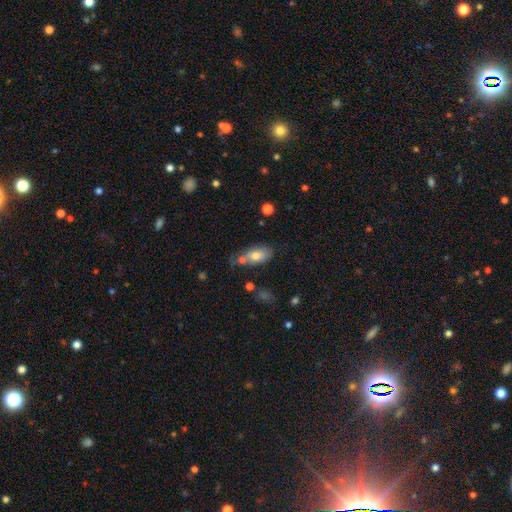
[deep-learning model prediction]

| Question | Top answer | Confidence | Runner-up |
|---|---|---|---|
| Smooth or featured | smooth | 74% | featured or disk (19%) |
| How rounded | in between | 88% | cigar-shaped (6%) |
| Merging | none | 45% | merger (27%) |